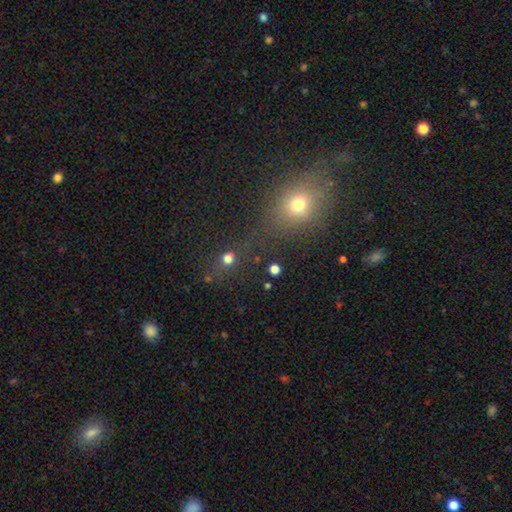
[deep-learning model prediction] Smooth or featured: smooth — 49% (star or artifact — 35%)
Merging: none — 66% (minor disturbance — 16%)